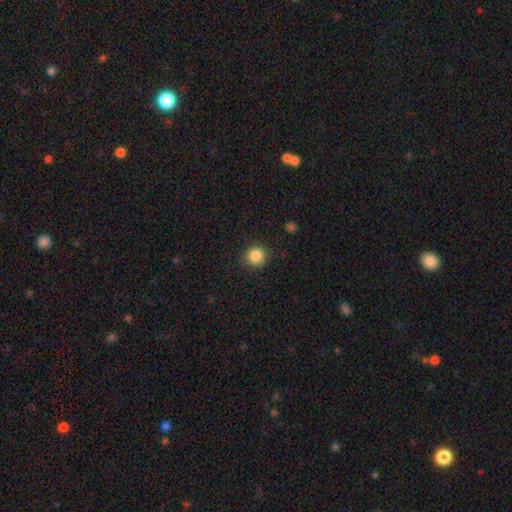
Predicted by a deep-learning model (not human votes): This appears to be a smooth galaxy with no disk features (85%) that is round (93%). Merging: none (90%).